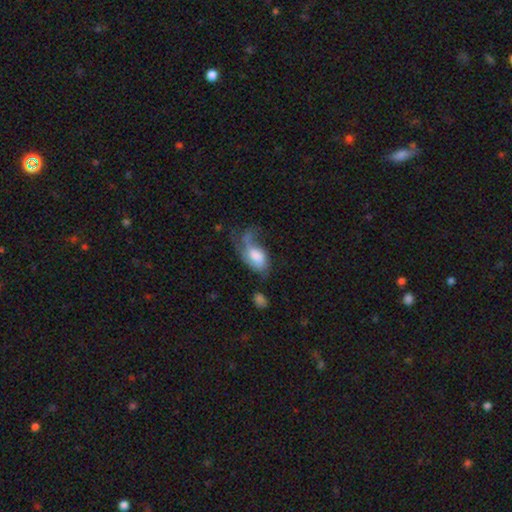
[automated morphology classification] type=featured or disk (46%, tied with smooth); merging=major disturbance (48%).